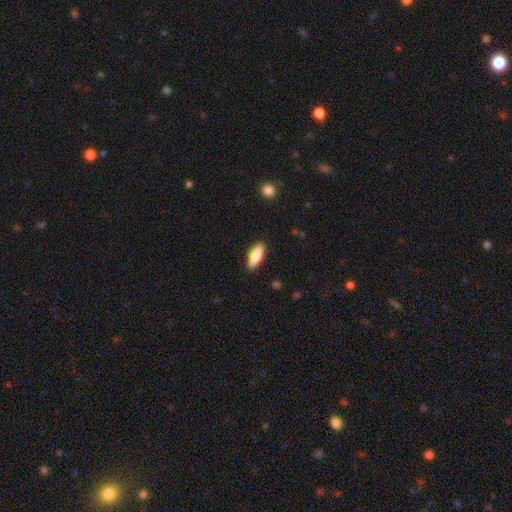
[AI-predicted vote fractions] smooth 79%, featured or disk 15%, star or artifact 6%. Down the decision tree: how rounded — in between (75%); merging — none (89%).